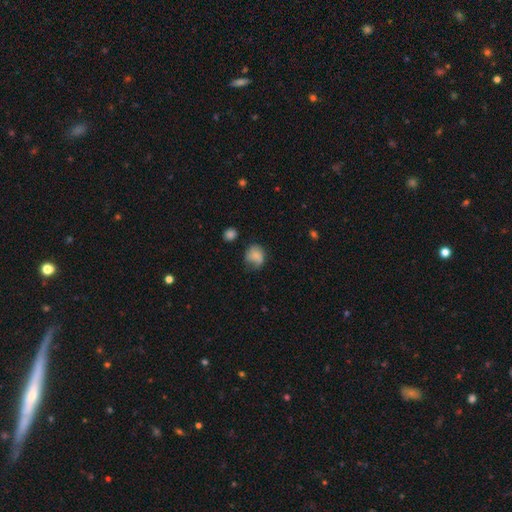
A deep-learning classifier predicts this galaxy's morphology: The model was most divided on "merging": none: 49%, minor disturbance: 33%, major disturbance: 15%, merger: 3%. More confident: smooth or featured — smooth (75%); how rounded — round (66%).